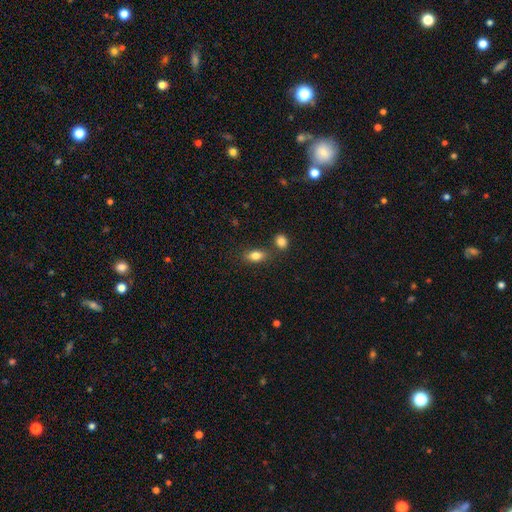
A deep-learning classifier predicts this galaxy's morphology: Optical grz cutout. It shows a smooth galaxy with no disk features (82%) that is in between round and cigar-shaped (83%). Merging: none (74%).